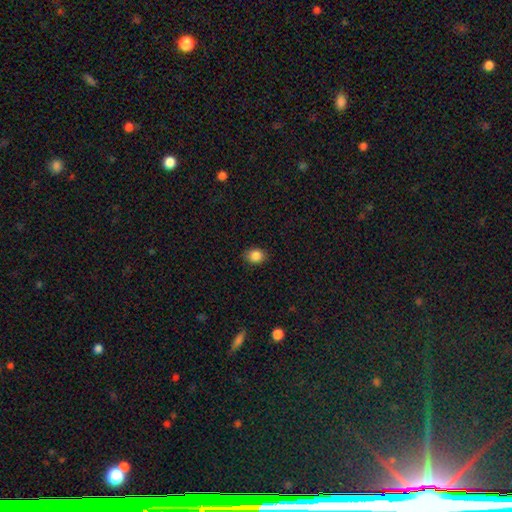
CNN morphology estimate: Smooth or featured?
  - smooth: 86% *
  - star or artifact: 10%
  - featured or disk: 4%
How rounded?
  - round: 53% *
  - in between: 46%
  - cigar-shaped: 1%
Merging?
  - none: 88% *
  - minor disturbance: 9%
  - major disturbance: 2%
  - merger: 1%